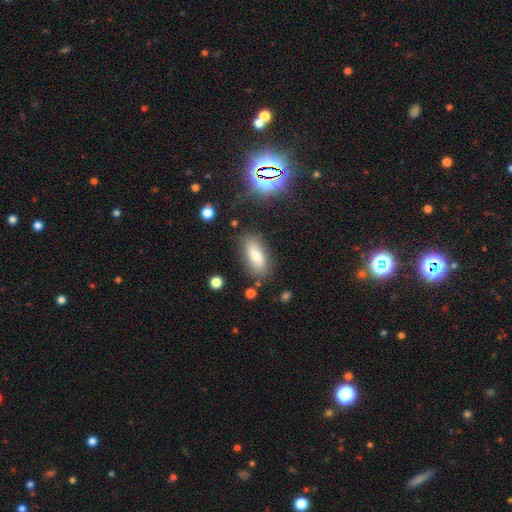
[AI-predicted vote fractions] This appears to be a smooth galaxy with no disk features (69%) that is in between round and cigar-shaped (78%). Merging: none (79%).